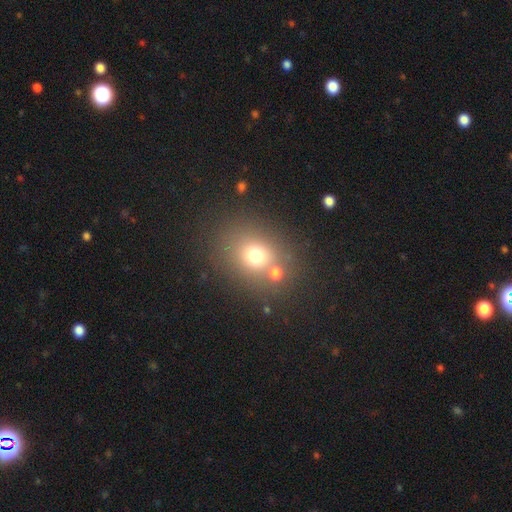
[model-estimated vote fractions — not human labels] Smooth or featured? Predicted: smooth (p=0.69). How rounded? Predicted: round (p=0.61). Merging? Predicted: none (p=0.64).